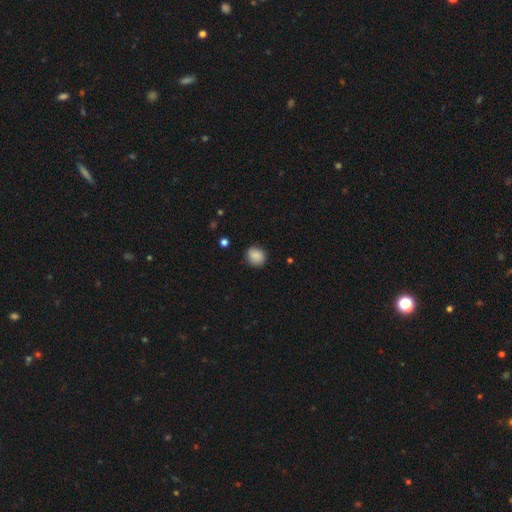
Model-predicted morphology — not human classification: type=smooth (87%); roundness=round (78%); merging=none (85%).